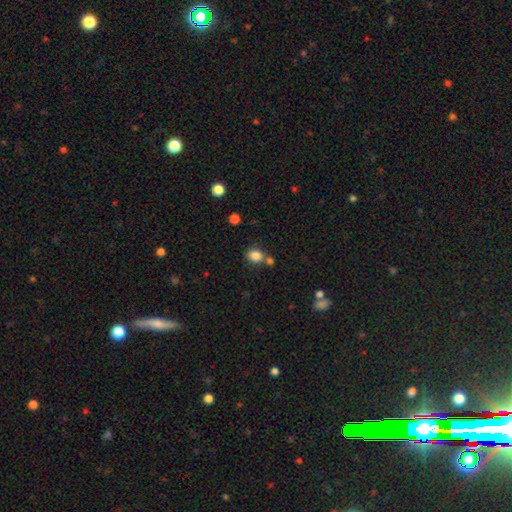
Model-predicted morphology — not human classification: type=smooth (83%); roundness=round (72%); merging=none (66%).